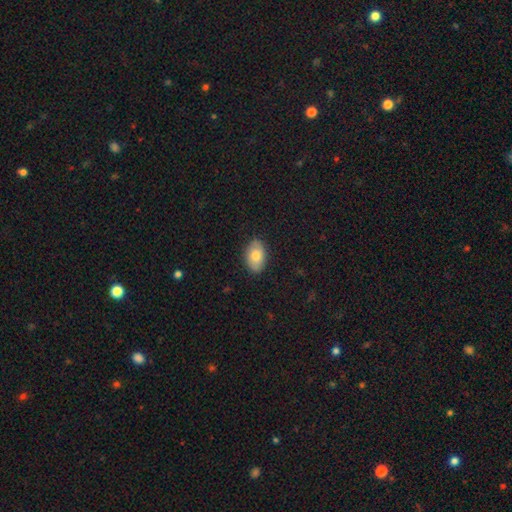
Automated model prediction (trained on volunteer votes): This is likely a smooth galaxy (75%). How rounded: clearly in between (90%). Merging: clearly none (85%).